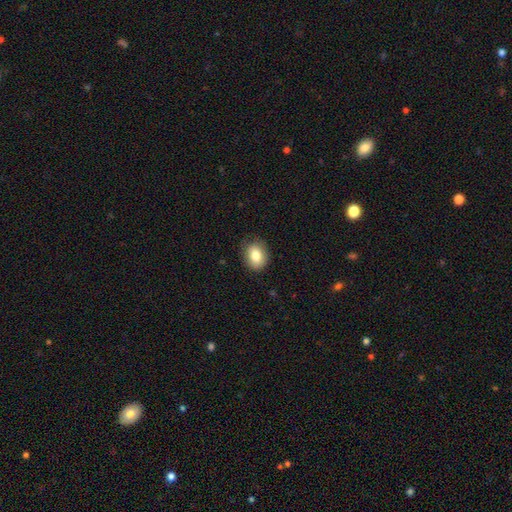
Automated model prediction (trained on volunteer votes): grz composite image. It shows a smooth galaxy with no disk features (81%) that is in between round and cigar-shaped (50%). Merging: none (80%).